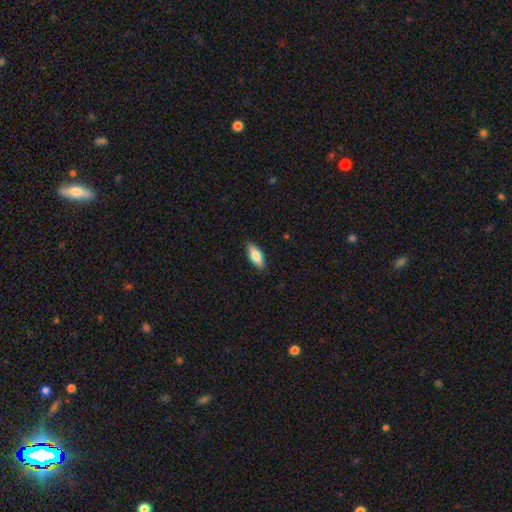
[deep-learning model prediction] Smooth or featured?
  - smooth: 79% *
  - featured or disk: 15%
  - star or artifact: 6%
How rounded?
  - in between: 78% *
  - cigar-shaped: 20%
  - round: 2%
Merging?
  - none: 87% *
  - minor disturbance: 10%
  - major disturbance: 2%
  - merger: 1%